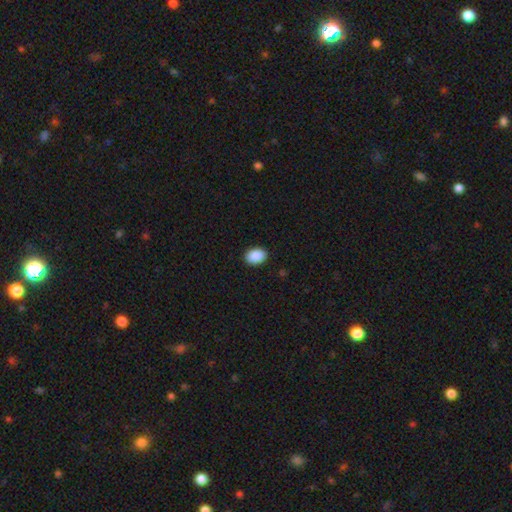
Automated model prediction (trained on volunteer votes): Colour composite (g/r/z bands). It shows a smooth galaxy with no disk features (91%) that is in between round and cigar-shaped (76%). Merging: none (90%).